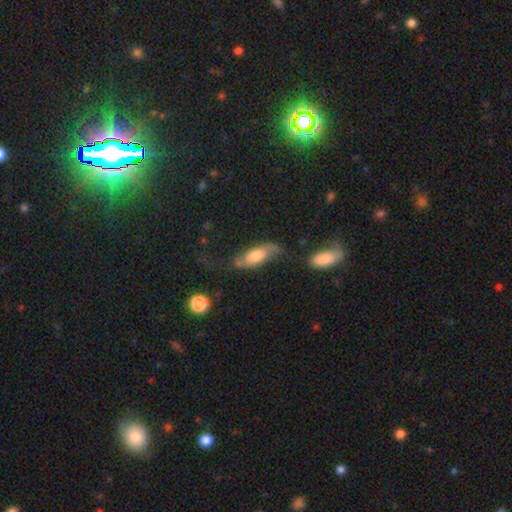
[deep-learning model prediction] A smooth galaxy with no disk features (52%) that is in between round and cigar-shaped (69%). Merging: none (58%).